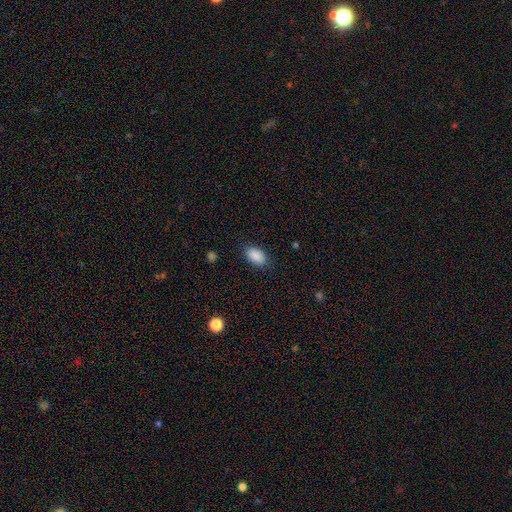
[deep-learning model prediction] smooth_or_featured: smooth (p=0.89) [alt: star or artifact p=0.07]
how_rounded: in between (p=0.92) [alt: round p=0.07]
merging: none (p=0.84) [alt: minor disturbance p=0.12]